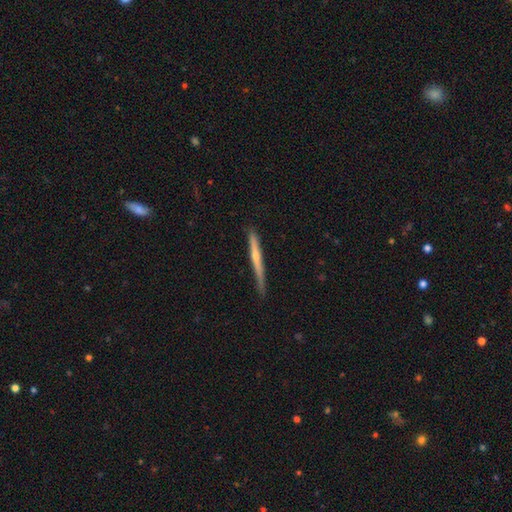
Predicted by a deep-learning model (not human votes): Smooth or featured? Predicted: featured or disk (p=0.64). Edge-on disk? Predicted: yes (p=0.97). Edge-on bulge? Predicted: rounded (p=0.59). Merging? Predicted: none (p=0.86).